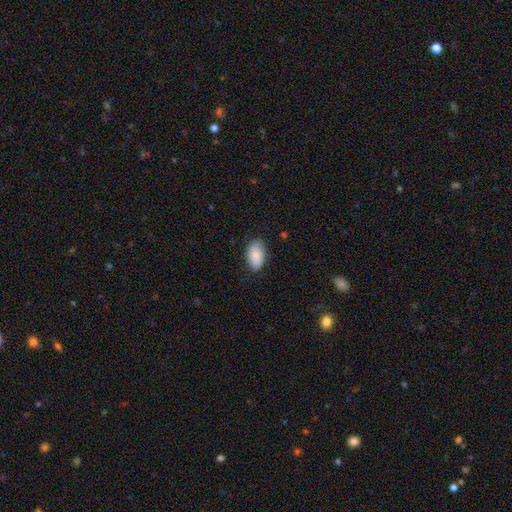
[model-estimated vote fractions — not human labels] Smooth or featured?
  - smooth: 88% *
  - featured or disk: 6%
  - star or artifact: 6%
How rounded?
  - in between: 94% *
  - round: 4%
  - cigar-shaped: 2%
Merging?
  - none: 80% *
  - minor disturbance: 16%
  - major disturbance: 3%
  - merger: 1%